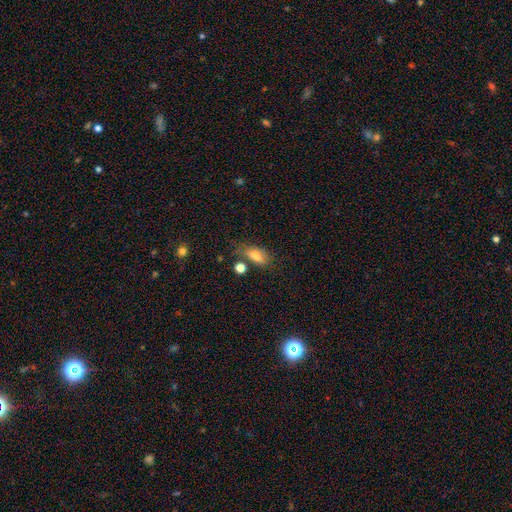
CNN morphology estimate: This is likely a smooth galaxy (74%). How rounded: clearly in between (80%). Merging: possibly none (56%).